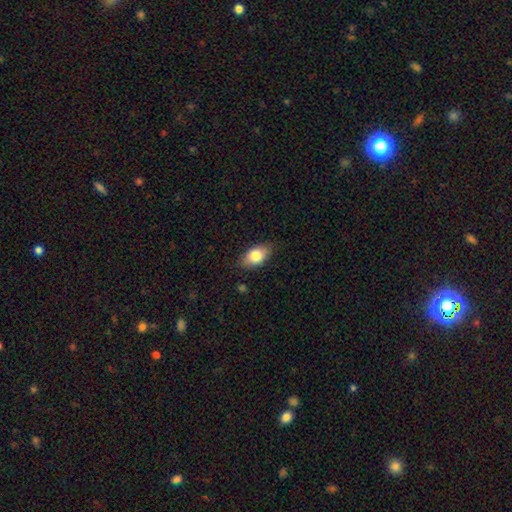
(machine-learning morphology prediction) Smooth or featured? smooth (80%)
How rounded? in between (90%)
Merging? none (81%)